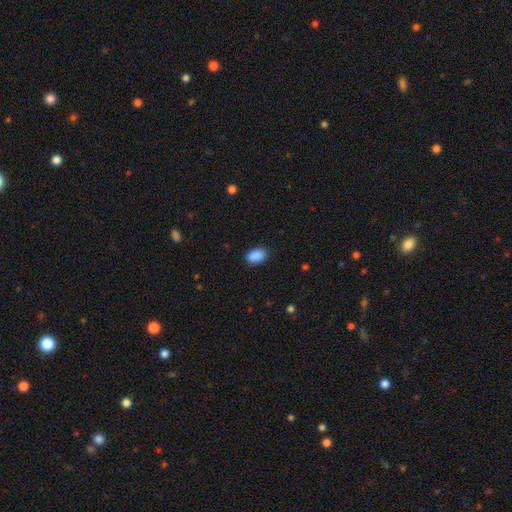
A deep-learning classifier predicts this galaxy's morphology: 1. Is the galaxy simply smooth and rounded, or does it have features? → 90% smooth, 7% star or artifact, 3% featured or disk.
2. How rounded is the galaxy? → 91% in between, 8% round, 2% cigar-shaped.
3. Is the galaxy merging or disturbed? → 86% none, 11% minor disturbance, 2% major disturbance, 1% merger.